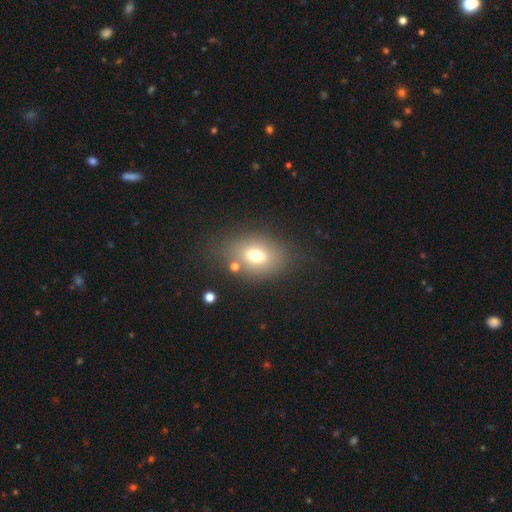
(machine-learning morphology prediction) Smooth or featured: smooth — 69% (featured or disk — 18%)
How rounded: in between — 74% (round — 25%)
Merging: none — 70% (minor disturbance — 15%)